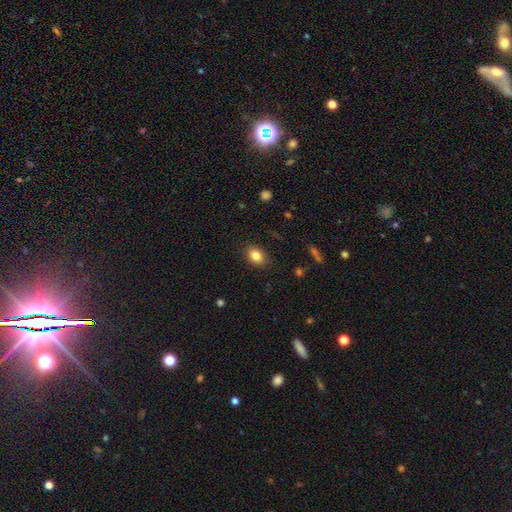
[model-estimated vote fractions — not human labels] Overall: smooth (84%). How rounded: in between (74%). Merging: none (86%).